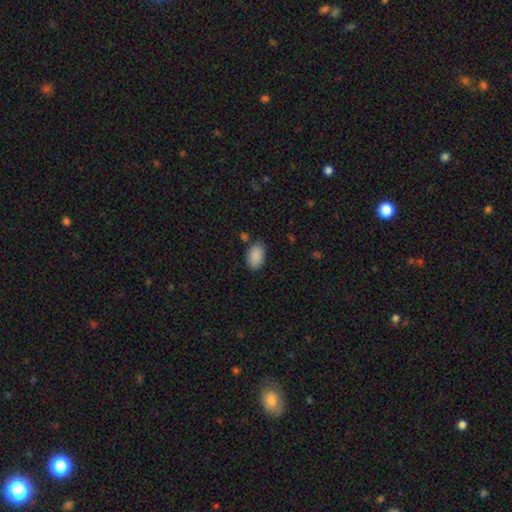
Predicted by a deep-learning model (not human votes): smooth 90%, star or artifact 7%, featured or disk 4%. Down the decision tree: how rounded — in between (91%); merging — none (78%).